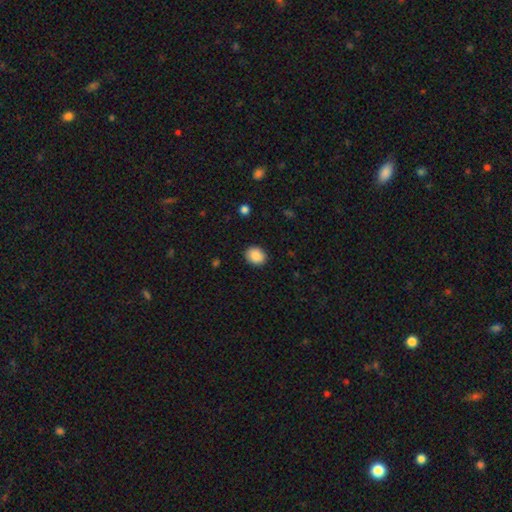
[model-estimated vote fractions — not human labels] Smooth or featured?
  - smooth: 89% *
  - star or artifact: 8%
  - featured or disk: 3%
How rounded?
  - round: 60% *
  - in between: 39%
  - cigar-shaped: 1%
Merging?
  - none: 89% *
  - minor disturbance: 8%
  - major disturbance: 2%
  - merger: 1%